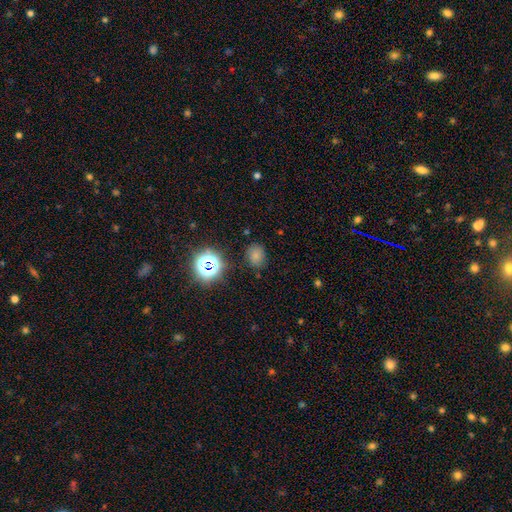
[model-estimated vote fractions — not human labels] A smooth galaxy with no disk features (70%) that is round (58%). Merging: none (79%).